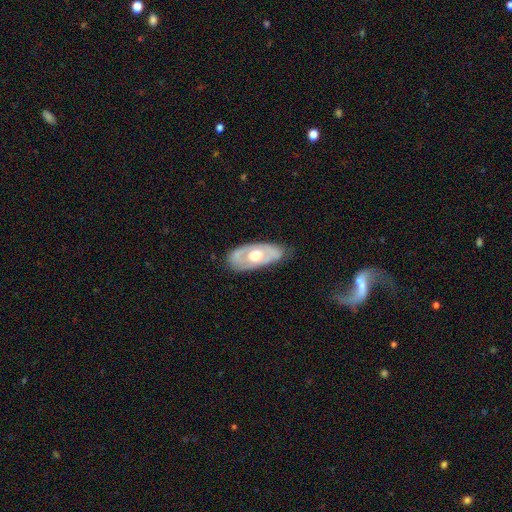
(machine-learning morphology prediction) smooth_or_featured: featured or disk (p=0.60) [alt: smooth p=0.36]
disk_edge_on: no (p=0.83) [alt: yes p=0.17]
merging: none (p=0.71) [alt: minor disturbance p=0.22]